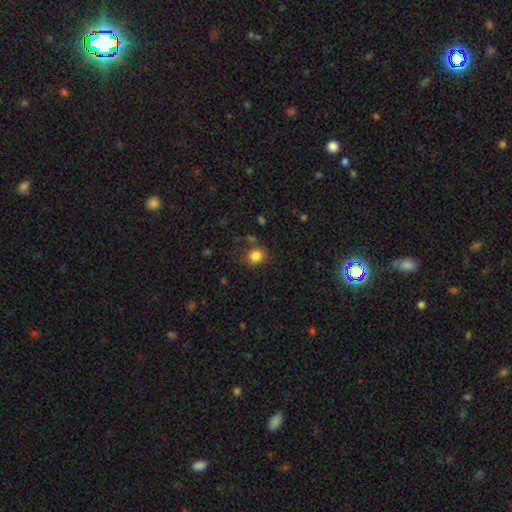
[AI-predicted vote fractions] Smooth or featured? Predicted: smooth (p=0.84). How rounded? Predicted: round (p=0.79). Merging? Predicted: none (p=0.80).